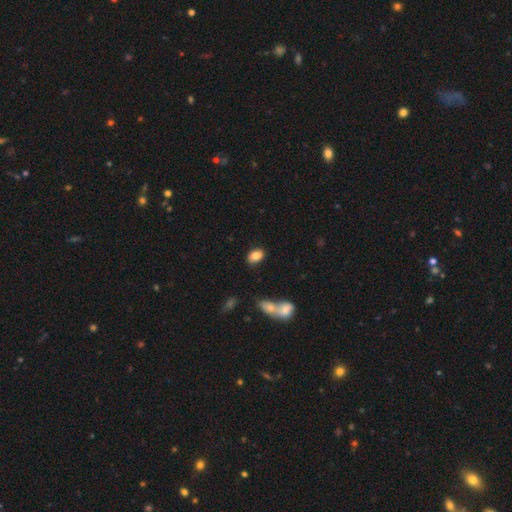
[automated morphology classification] A smooth galaxy with no disk features (83%) that is in between round and cigar-shaped (81%). Merging: none (79%).